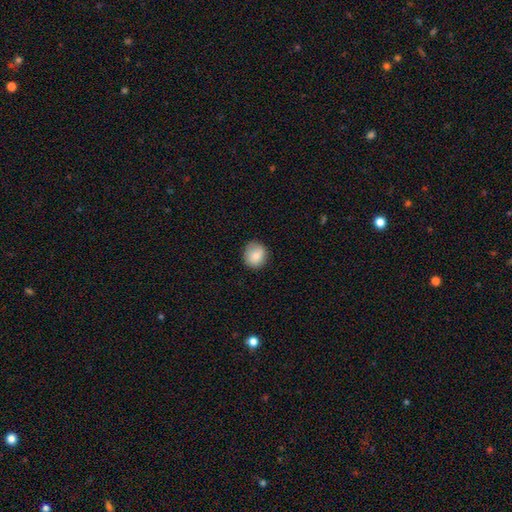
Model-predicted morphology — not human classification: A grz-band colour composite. It shows a smooth galaxy with no disk features (80%) that is round (84%). Merging: none (84%).